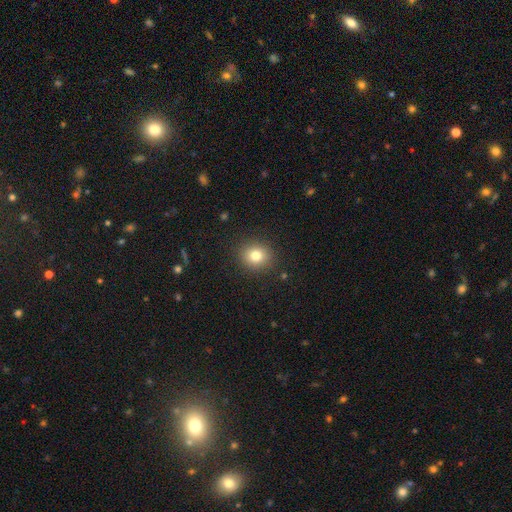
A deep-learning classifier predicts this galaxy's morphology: This is likely a smooth galaxy (80%). How rounded: likely round (79%). Merging: clearly none (90%).